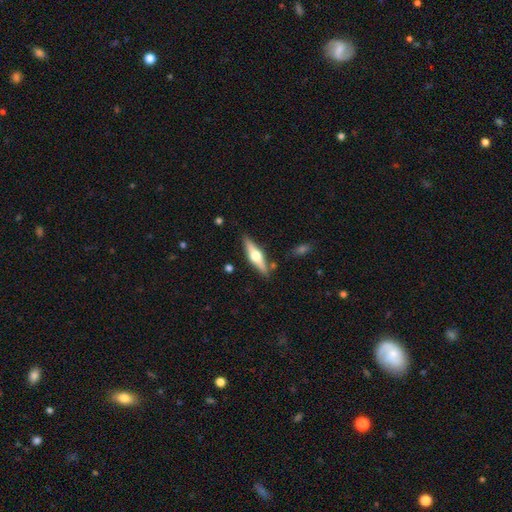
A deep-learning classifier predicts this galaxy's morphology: This appears to be a featured or disk galaxy (65%) viewed edge-on (96%) with a rounded central bulge (95%). Merging: none (85%).